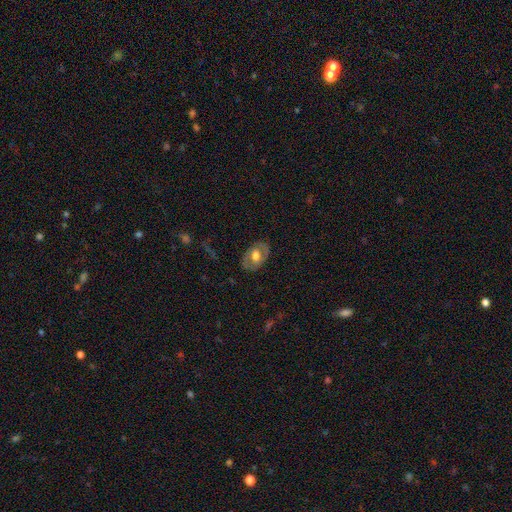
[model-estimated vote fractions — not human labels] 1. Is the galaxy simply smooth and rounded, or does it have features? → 49% smooth, 45% featured or disk, 6% star or artifact.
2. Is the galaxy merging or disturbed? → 81% none, 14% minor disturbance, 4% major disturbance, 1% merger.